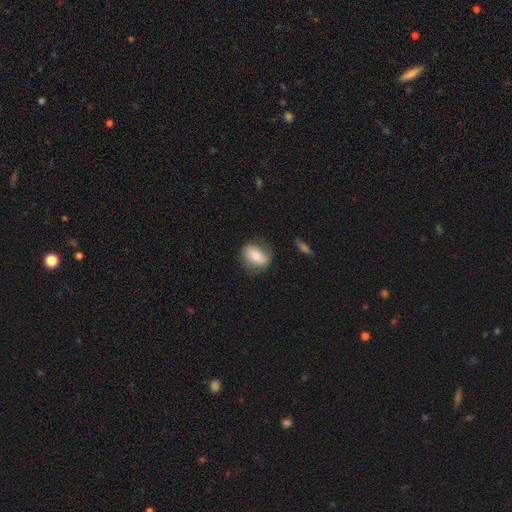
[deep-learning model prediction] A smooth galaxy with no disk features (57%) that is in between round and cigar-shaped (59%).

Vote fractions:
- Smooth or featured? smooth: 57% / featured or disk: 35% / star or artifact: 8%
- How rounded? in between: 59% / round: 39% / cigar-shaped: 2%
- Merging? none: 68% / minor disturbance: 22% / major disturbance: 8% / merger: 2%